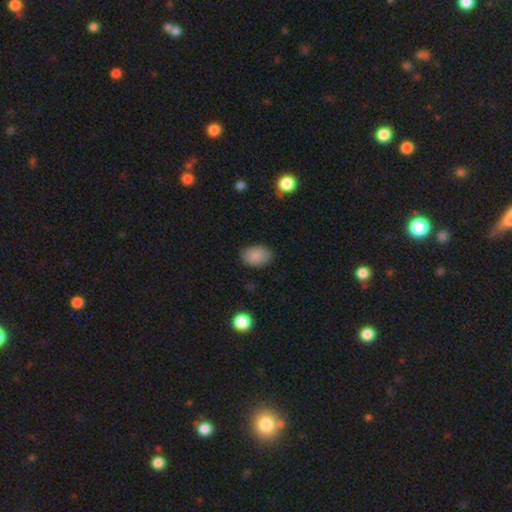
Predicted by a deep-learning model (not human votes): A smooth galaxy with no disk features (83%) that is in between round and cigar-shaped (85%). Merging: none (84%).